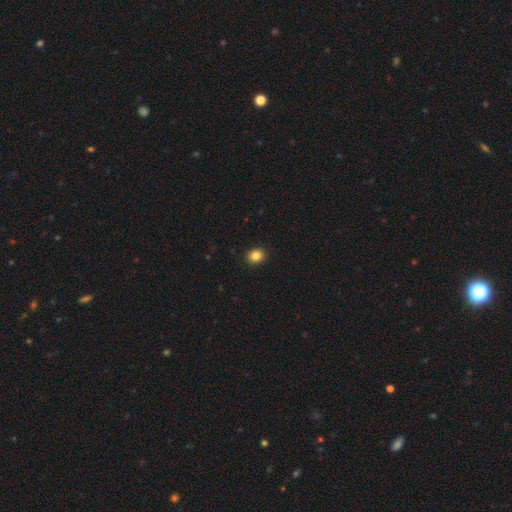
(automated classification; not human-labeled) smooth-or-featured: smooth: 85% | star or artifact: 10% | featured or disk: 5%
  how-rounded: round: 65% | in between: 34% | cigar-shaped: 1%
  merging: none: 92% | minor disturbance: 6% | major disturbance: 2% | merger: 1%